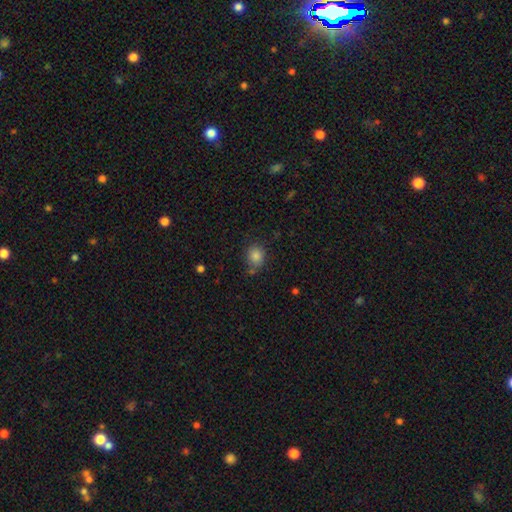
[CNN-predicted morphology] smooth 84%, star or artifact 11%, featured or disk 6%. Down the decision tree: how rounded — round (66%); merging — none (73%).